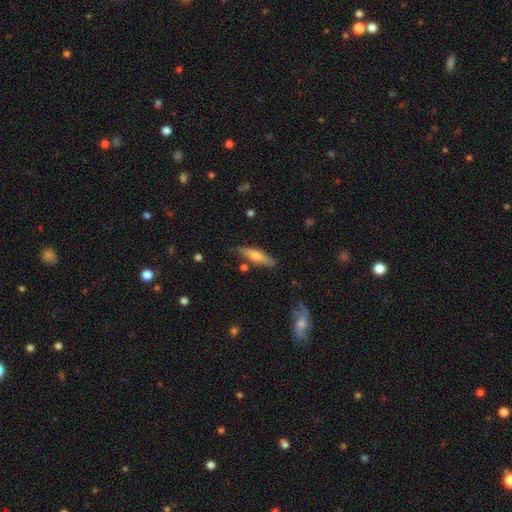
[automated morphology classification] Overall: smooth (54%; featured or disk 39%). How rounded: cigar-shaped (77%). Merging: none (82%).